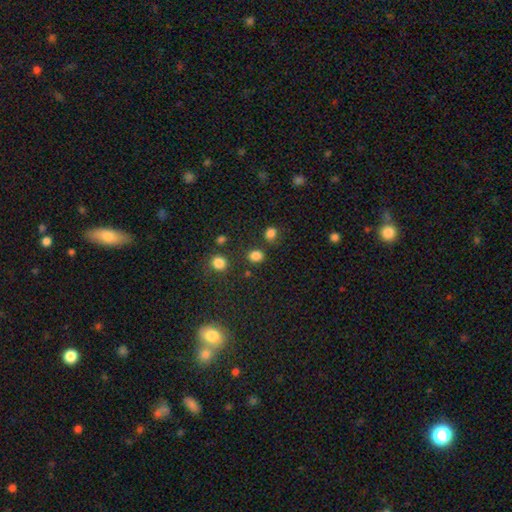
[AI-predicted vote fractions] smooth-or-featured: smooth: 81% | star or artifact: 14% | featured or disk: 4%
  how-rounded: round: 58% | in between: 41% | cigar-shaped: 1%
  merging: none: 78% | minor disturbance: 10% | merger: 8% | major disturbance: 4%